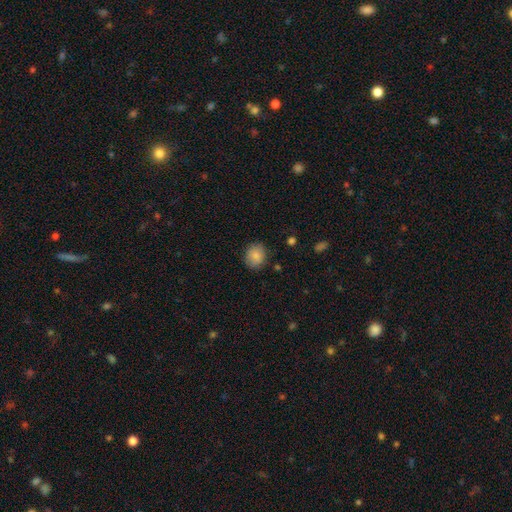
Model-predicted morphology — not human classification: type=smooth (85%); roundness=round (73%); merging=none (83%).